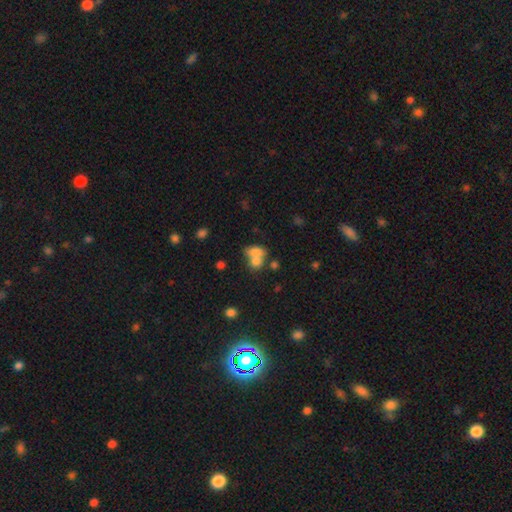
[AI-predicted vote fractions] Smooth or featured?
  - smooth: 73% *
  - featured or disk: 16%
  - star or artifact: 12%
How rounded?
  - in between: 64% *
  - round: 34%
  - cigar-shaped: 2%
Merging?
  - merger: 62% *
  - none: 24%
  - minor disturbance: 8%
  - major disturbance: 5%